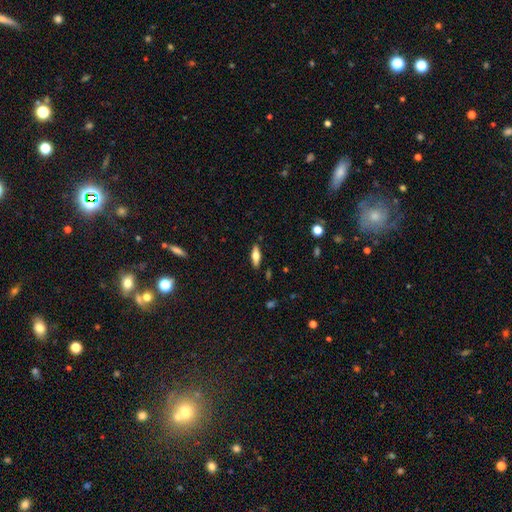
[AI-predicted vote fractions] A smooth galaxy with no disk features (54%) that is in between round and cigar-shaped (64%). Merging: none (87%).